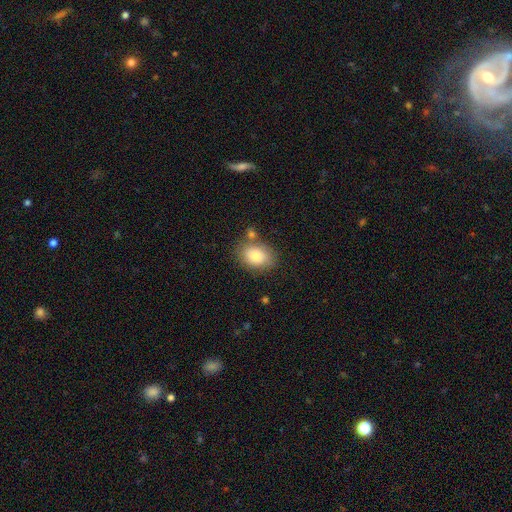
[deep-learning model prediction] smooth-or-featured: smooth: 82% | featured or disk: 10% | star or artifact: 8%
  how-rounded: in between: 75% | round: 24% | cigar-shaped: 1%
  merging: none: 69% | minor disturbance: 16% | merger: 10% | major disturbance: 4%